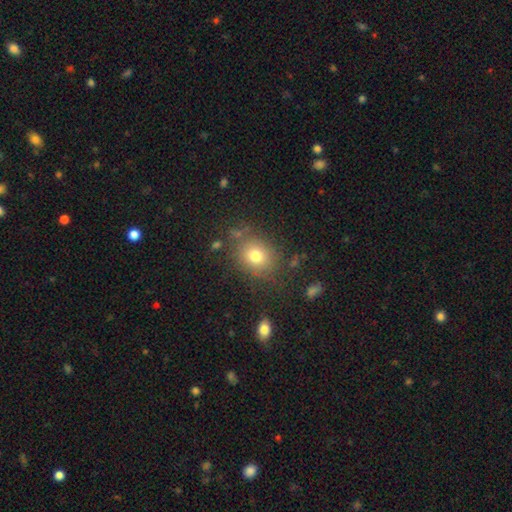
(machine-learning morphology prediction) The model was most divided on "how rounded": round: 59%, in between: 40%, cigar-shaped: 1%. More confident: merging — none (79%); smooth or featured — smooth (76%).